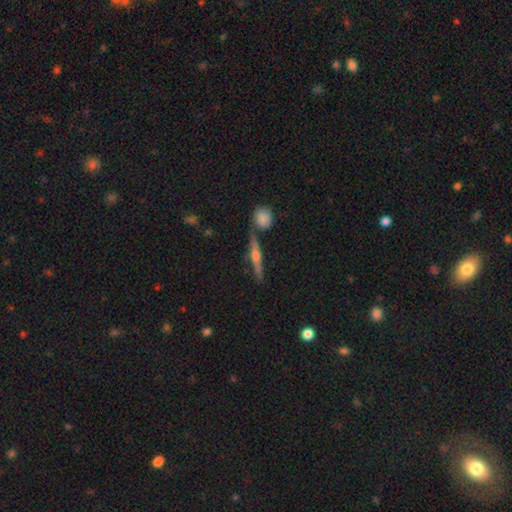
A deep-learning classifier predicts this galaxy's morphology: Smooth or featured?
  - featured or disk: 77% *
  - smooth: 16%
  - star or artifact: 7%
Edge-on disk?
  - yes: 97% *
  - no: 3%
Edge-on bulge?
  - rounded: 91% *
  - boxy: 5%
  - none: 4%
Merging?
  - none: 83% *
  - minor disturbance: 9%
  - merger: 7%
  - major disturbance: 2%